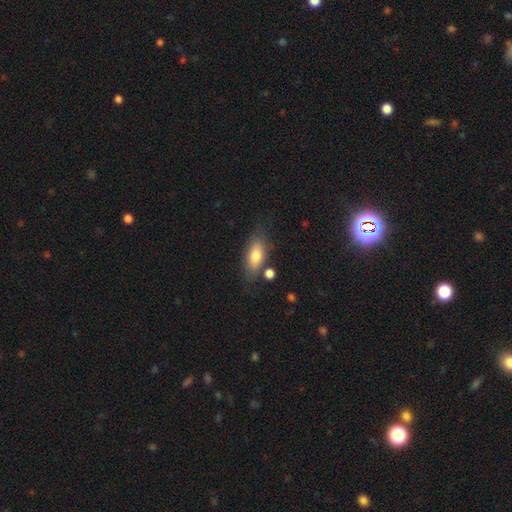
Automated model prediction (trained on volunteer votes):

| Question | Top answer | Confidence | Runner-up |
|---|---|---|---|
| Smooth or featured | smooth | 76% | featured or disk (17%) |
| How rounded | in between | 83% | cigar-shaped (13%) |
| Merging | none | 67% | minor disturbance (19%) |